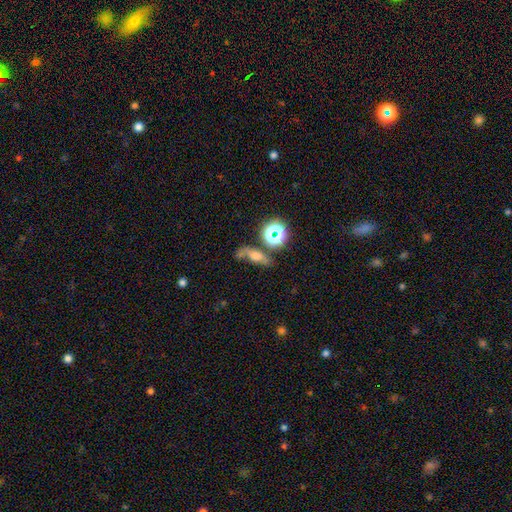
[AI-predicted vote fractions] smooth 47%, featured or disk 28%, star or artifact 25%. Down the decision tree: merging — none (44%).